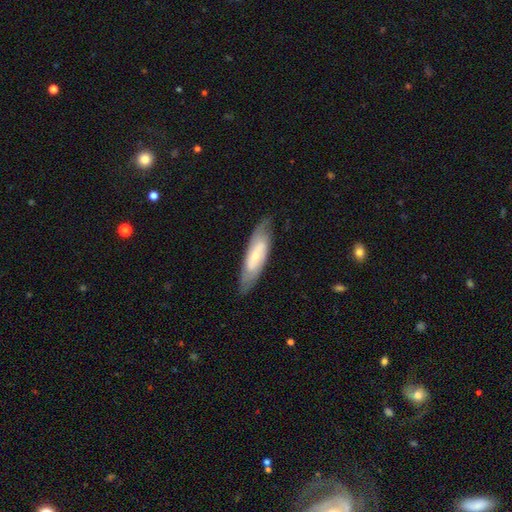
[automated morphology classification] featured or disk 56%, smooth 38%, star or artifact 5%. Down the decision tree: edge-on disk — no (74%); merging — none (78%).